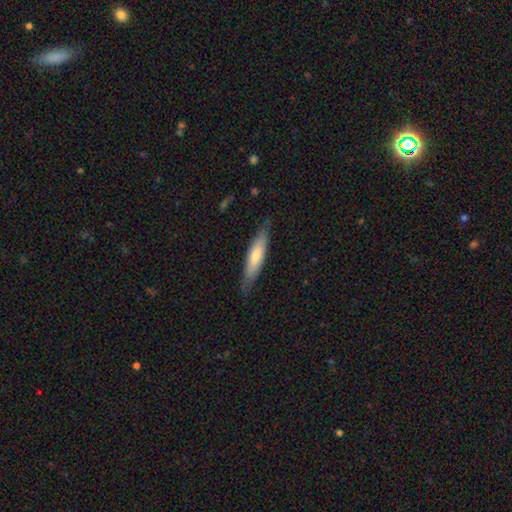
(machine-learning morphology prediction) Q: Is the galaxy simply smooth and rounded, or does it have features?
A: smooth — 57%.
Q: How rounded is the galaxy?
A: cigar-shaped — 84%.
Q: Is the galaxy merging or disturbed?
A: none — 84%.